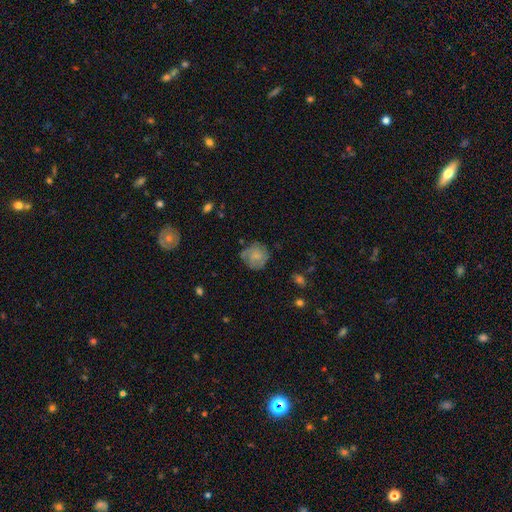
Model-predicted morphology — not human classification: Q: Smooth or featured?
A: smooth (57%); runner-up: featured or disk (35%)
Q: How rounded?
A: round (86%); runner-up: in between (13%)
Q: Merging?
A: none (68%); runner-up: minor disturbance (22%)